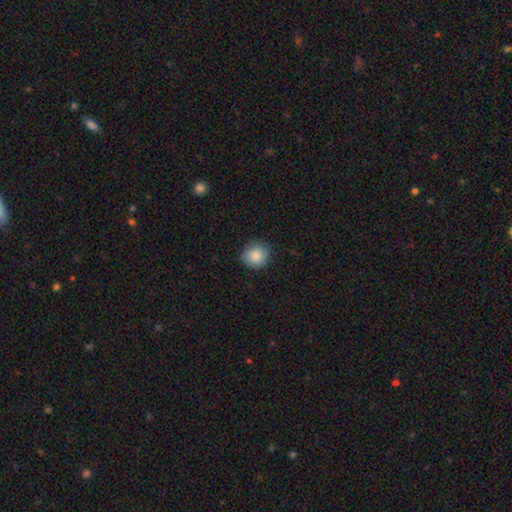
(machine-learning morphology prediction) Overall: smooth (87%). How rounded: round (86%). Merging: none (85%).